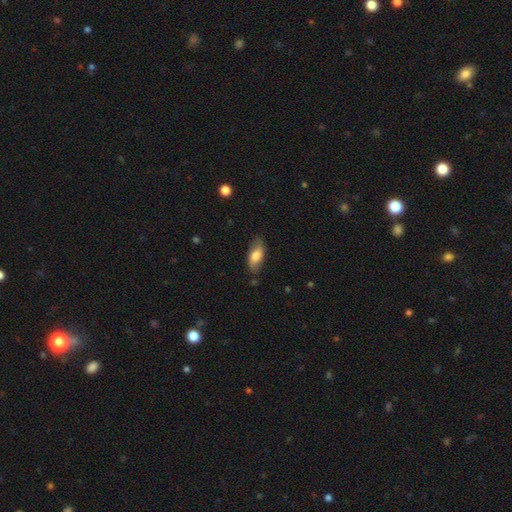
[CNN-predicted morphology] Smooth or featured?
  - smooth: 67% *
  - featured or disk: 27%
  - star or artifact: 6%
How rounded?
  - in between: 84% *
  - cigar-shaped: 12%
  - round: 3%
Merging?
  - none: 77% *
  - minor disturbance: 17%
  - major disturbance: 4%
  - merger: 2%